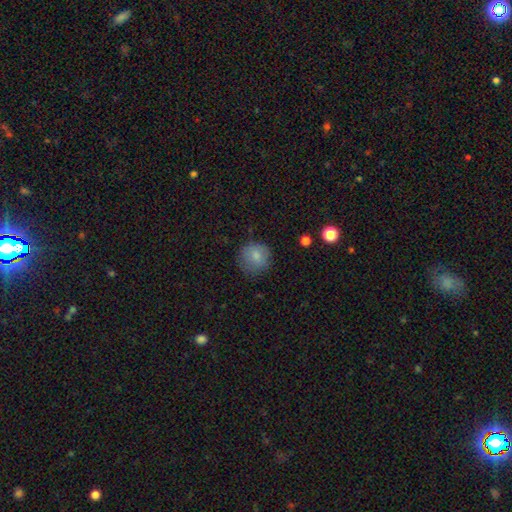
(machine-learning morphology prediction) type=smooth (81%); roundness=round (89%); merging=none (73%).